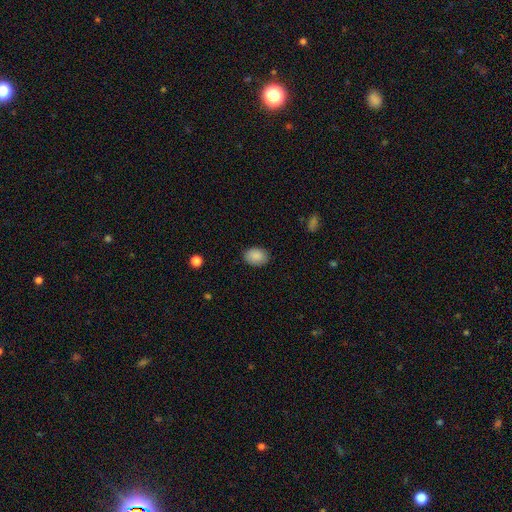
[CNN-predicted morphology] This is clearly a smooth galaxy (89%). How rounded: likely in between (73%). Merging: clearly none (86%).